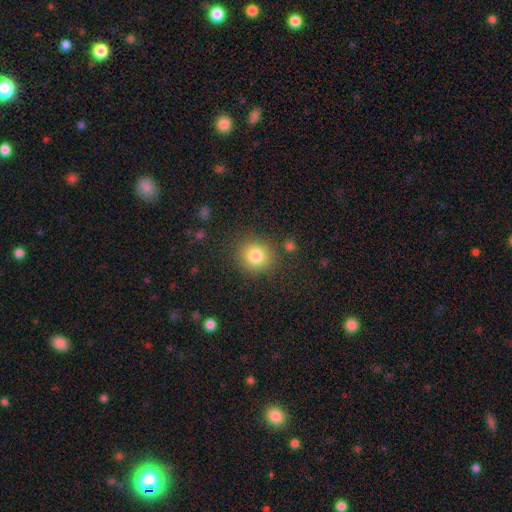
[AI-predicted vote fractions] The model was most divided on "smooth or featured": smooth: 81%, star or artifact: 11%, featured or disk: 7%. More confident: how rounded — round (89%); merging — none (86%).